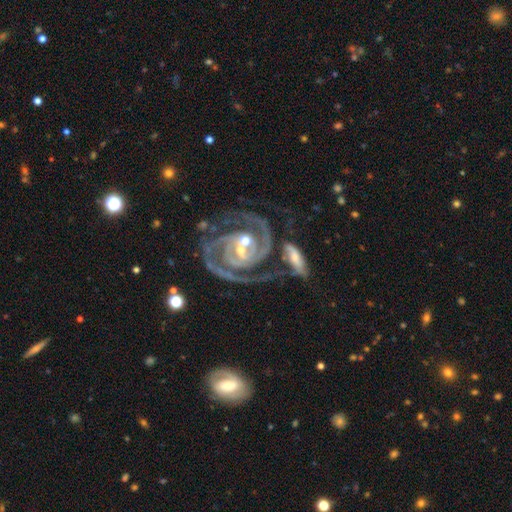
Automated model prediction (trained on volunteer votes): featured or disk 92%, star or artifact 5%, smooth 3%. Down the decision tree: edge-on disk — no (97%); bar — strong (36%, tied with weak); spiral arms — yes (98%); spiral arm count — 2 (61%); spiral winding — tight (66%); bulge size — small (54%); merging — none (62%).